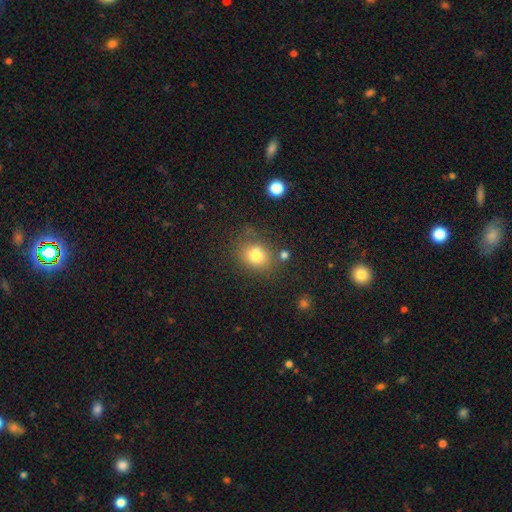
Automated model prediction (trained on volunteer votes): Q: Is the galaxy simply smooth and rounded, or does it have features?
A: smooth — 78%.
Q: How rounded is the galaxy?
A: round — 57%.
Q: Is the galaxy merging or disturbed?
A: none — 70%.